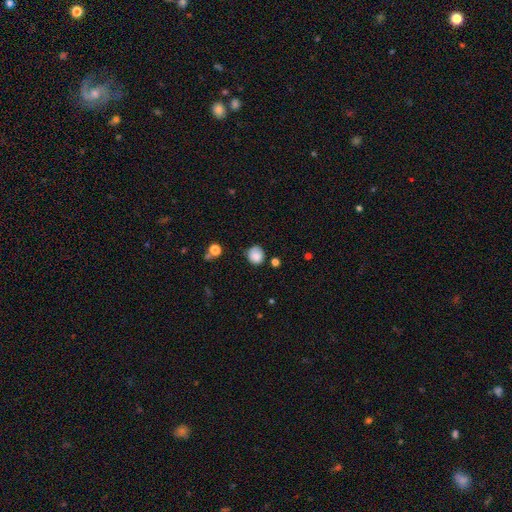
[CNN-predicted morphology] smooth_or_featured: smooth (p=0.85) [alt: star or artifact p=0.09]
how_rounded: round (p=0.83) [alt: in between p=0.16]
merging: none (p=0.73) [alt: minor disturbance p=0.19]